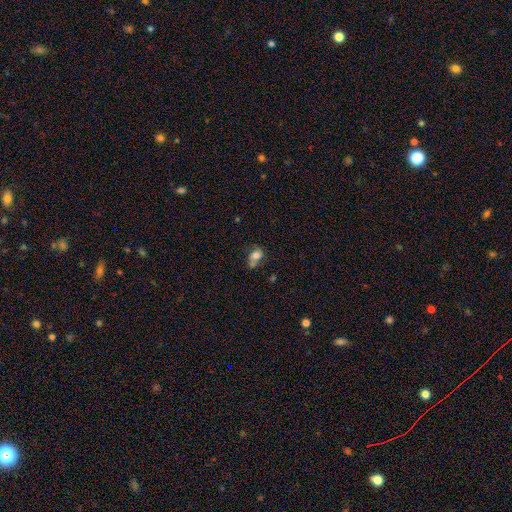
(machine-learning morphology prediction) Smooth or featured?
  - smooth: 72% *
  - featured or disk: 16%
  - star or artifact: 12%
How rounded?
  - in between: 56% *
  - round: 43%
  - cigar-shaped: 2%
Merging?
  - merger: 36% *
  - none: 32%
  - minor disturbance: 20%
  - major disturbance: 12%